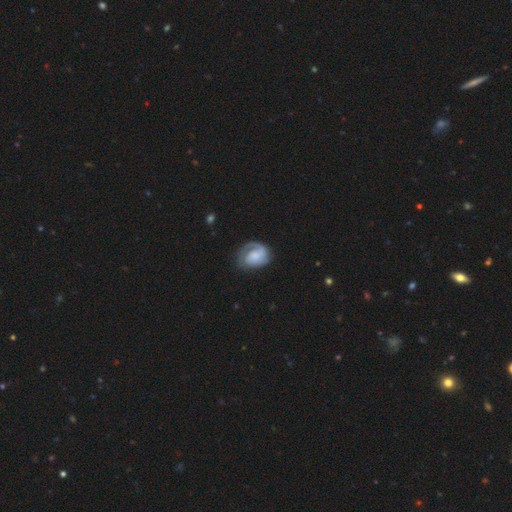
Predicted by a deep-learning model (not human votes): Smooth or featured? featured or disk (68%)
Edge-on disk? no (98%)
Bar? no (62%)
Spiral arms? yes (92%)
Spiral winding? tight (48%)
Spiral arm count? 1 (51%)
Bulge size? small (34%)
Merging? none (63%)